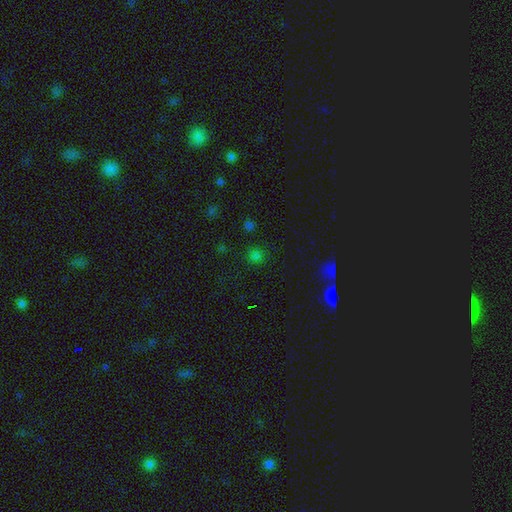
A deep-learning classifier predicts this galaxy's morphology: This is likely a smooth galaxy (68%). How rounded: clearly round (87%). Merging: clearly none (82%).